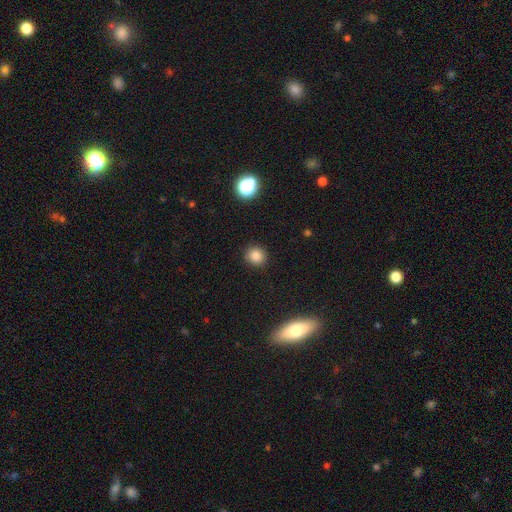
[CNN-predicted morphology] A smooth galaxy with no disk features (83%) that is round (86%).

Vote fractions:
- Smooth or featured? smooth: 83% / star or artifact: 12% / featured or disk: 4%
- How rounded? round: 86% / in between: 13% / cigar-shaped: 1%
- Merging? none: 90% / minor disturbance: 7% / major disturbance: 2% / merger: 1%